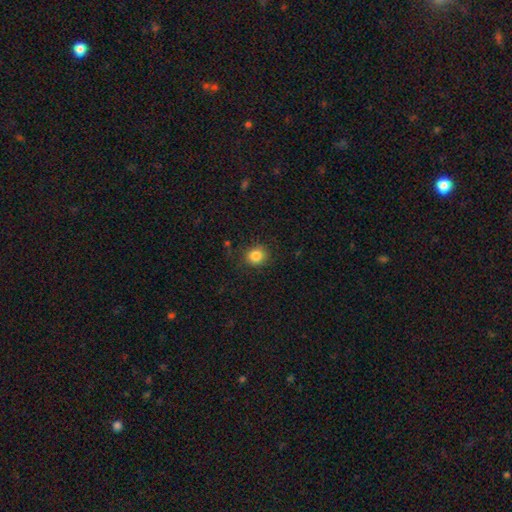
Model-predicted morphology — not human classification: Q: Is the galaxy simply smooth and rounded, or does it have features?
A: smooth — 85%.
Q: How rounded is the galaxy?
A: round — 83%.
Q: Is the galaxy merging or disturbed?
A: none — 84%.